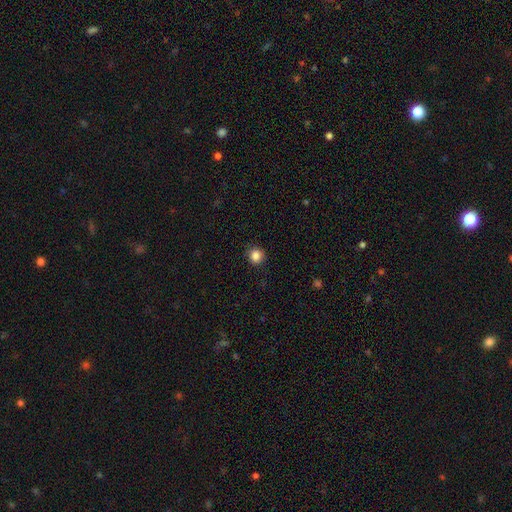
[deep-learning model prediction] smooth 85%, star or artifact 11%, featured or disk 4%. Down the decision tree: how rounded — round (90%); merging — none (90%).